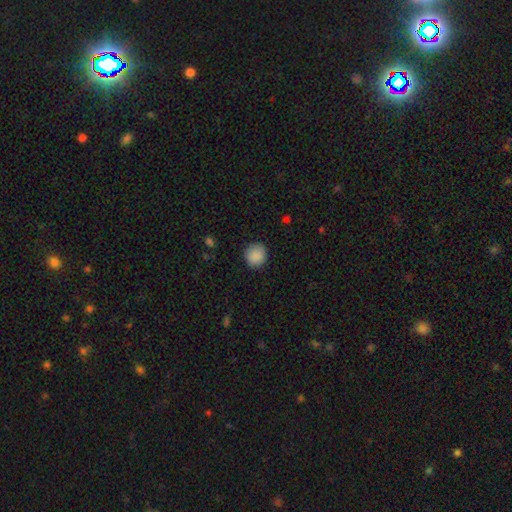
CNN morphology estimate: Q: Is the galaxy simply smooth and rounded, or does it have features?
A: smooth — 89%.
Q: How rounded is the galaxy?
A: round — 91%.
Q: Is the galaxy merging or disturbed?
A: none — 88%.